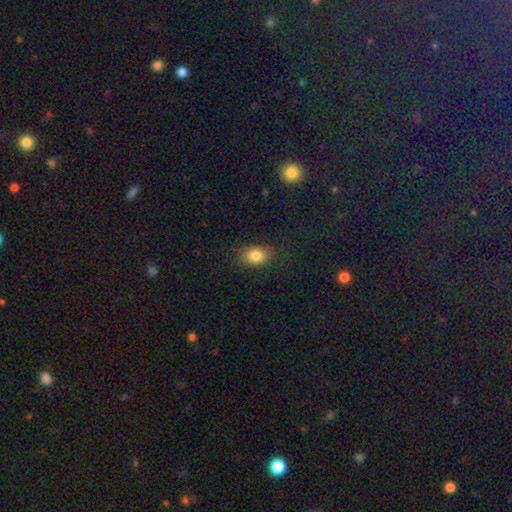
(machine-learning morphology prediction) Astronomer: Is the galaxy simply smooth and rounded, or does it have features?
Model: smooth — 83%.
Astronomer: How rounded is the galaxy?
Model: in between — 80%.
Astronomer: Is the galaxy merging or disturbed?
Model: none — 80%.